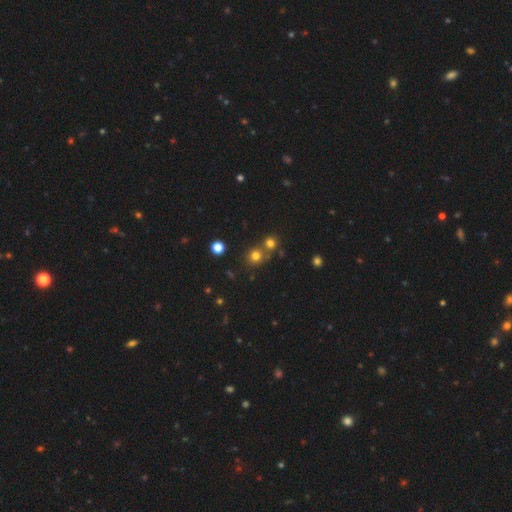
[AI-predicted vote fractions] Smooth or featured: smooth — 74% (star or artifact — 19%)
How rounded: round — 89% (in between — 10%)
Merging: none — 67% (merger — 24%)